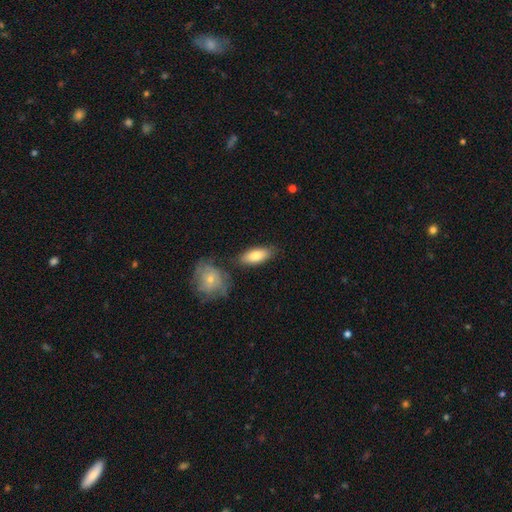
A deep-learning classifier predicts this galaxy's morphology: Smooth or featured? smooth (79%)
How rounded? in between (83%)
Merging? none (76%)